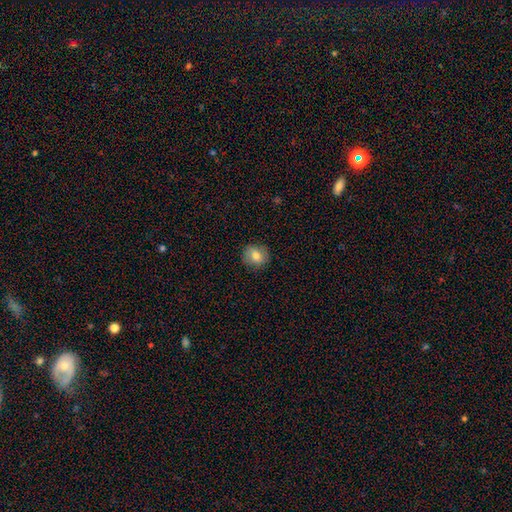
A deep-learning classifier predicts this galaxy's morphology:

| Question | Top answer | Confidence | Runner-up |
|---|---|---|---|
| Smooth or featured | smooth | 76% | featured or disk (15%) |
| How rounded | round | 79% | in between (20%) |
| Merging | none | 87% | minor disturbance (10%) |